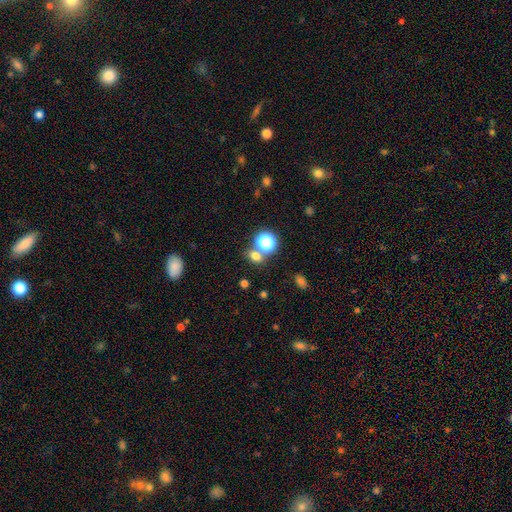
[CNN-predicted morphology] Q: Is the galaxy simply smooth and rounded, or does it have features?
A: smooth — 68%.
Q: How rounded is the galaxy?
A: round — 60%.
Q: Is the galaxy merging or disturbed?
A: none — 64%.